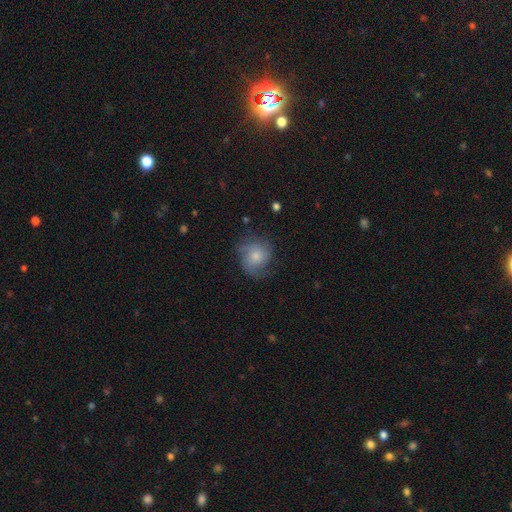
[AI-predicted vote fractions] Smooth or featured: smooth — 48% (featured or disk — 43%)
Merging: none — 57% (minor disturbance — 25%)